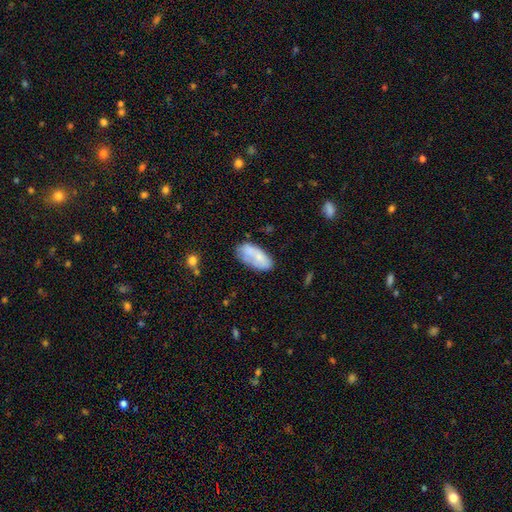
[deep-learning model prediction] Smooth or featured? smooth (66%)
How rounded? in between (90%)
Merging? none (53%)